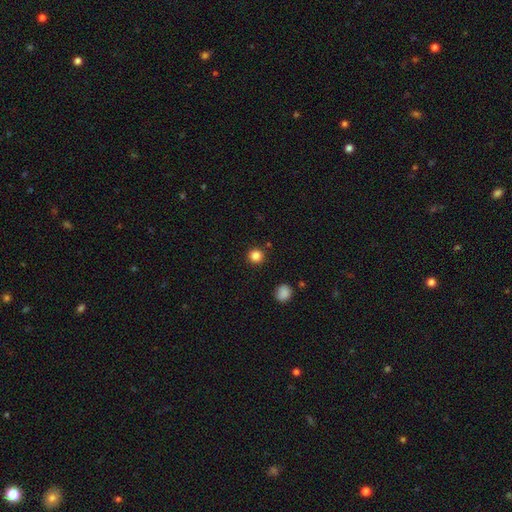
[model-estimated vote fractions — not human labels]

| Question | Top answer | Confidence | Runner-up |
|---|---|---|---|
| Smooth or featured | smooth | 84% | star or artifact (12%) |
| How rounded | round | 94% | in between (5%) |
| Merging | none | 91% | minor disturbance (5%) |